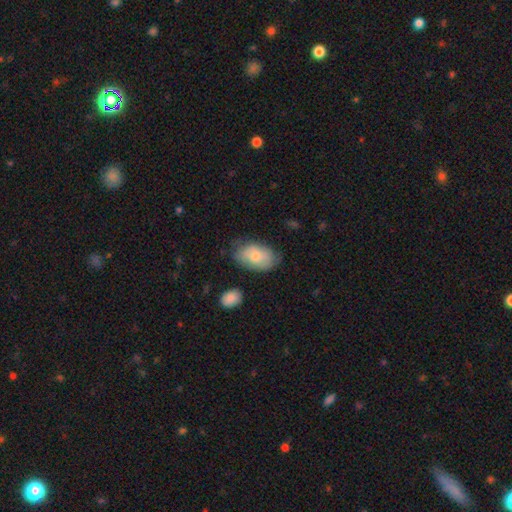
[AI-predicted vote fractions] smooth_or_featured: smooth (p=0.74) [alt: featured or disk p=0.20]
how_rounded: in between (p=0.91) [alt: round p=0.08]
merging: none (p=0.65) [alt: minor disturbance p=0.25]